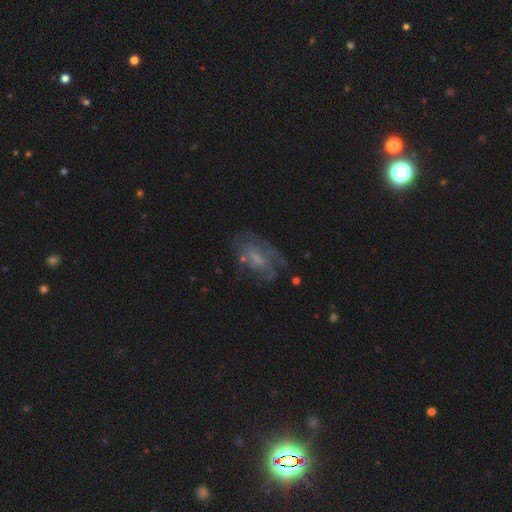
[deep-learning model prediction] Overall: featured or disk (59%; smooth 25%). Edge-on disk: no (94%). Bar: no (55%; weak 37%). Spiral arms: yes (60%; no 40%). Bulge size: small (47%; moderate 25%). Merging: none (57%; minor disturbance 21%).